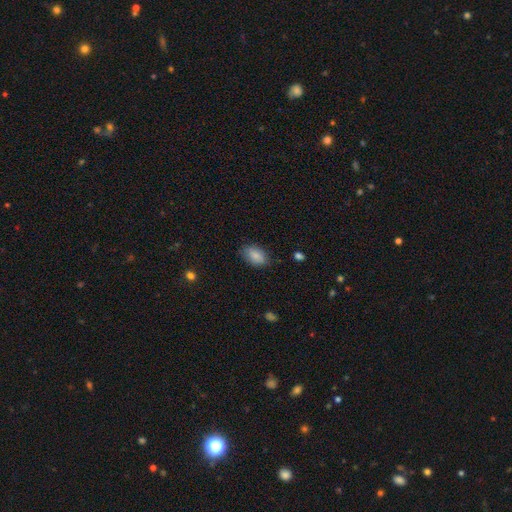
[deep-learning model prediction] This is clearly a smooth galaxy (85%). How rounded: clearly in between (89%). Merging: likely none (78%).